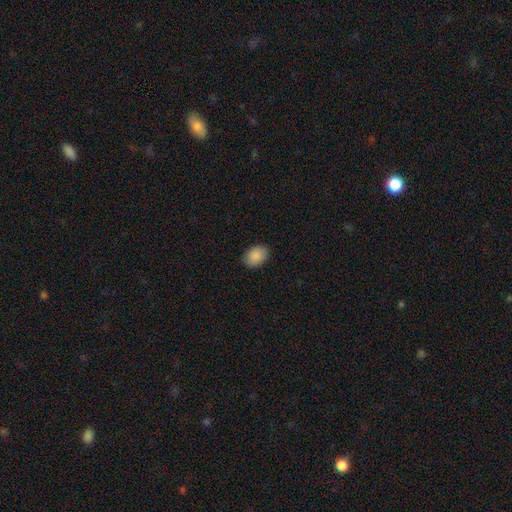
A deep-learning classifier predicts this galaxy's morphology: smooth-or-featured: smooth: 89% | star or artifact: 7% | featured or disk: 4%
  how-rounded: in between: 79% | round: 20% | cigar-shaped: 1%
  merging: none: 88% | minor disturbance: 9% | major disturbance: 2% | merger: 1%